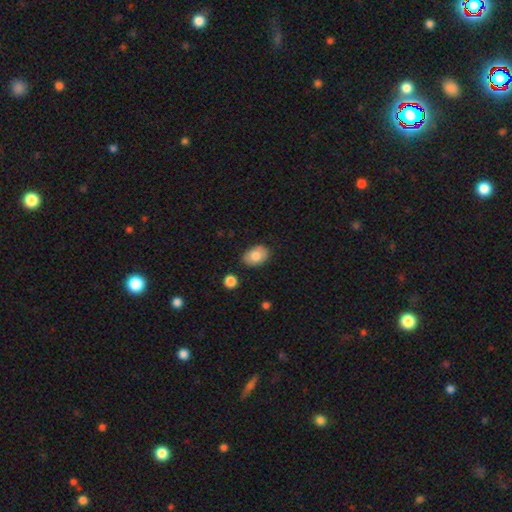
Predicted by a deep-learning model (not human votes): smooth-or-featured: smooth: 81% | featured or disk: 12% | star or artifact: 7%
  how-rounded: in between: 83% | round: 16% | cigar-shaped: 1%
  merging: none: 83% | minor disturbance: 12% | major disturbance: 2% | merger: 2%